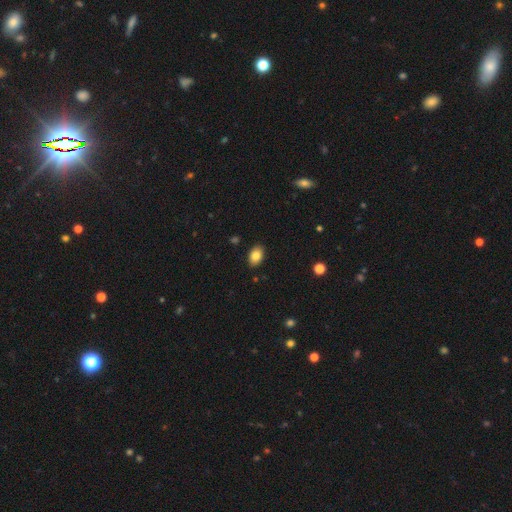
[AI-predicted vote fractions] smooth 85%, star or artifact 8%, featured or disk 6%. Down the decision tree: how rounded — in between (86%); merging — none (88%).